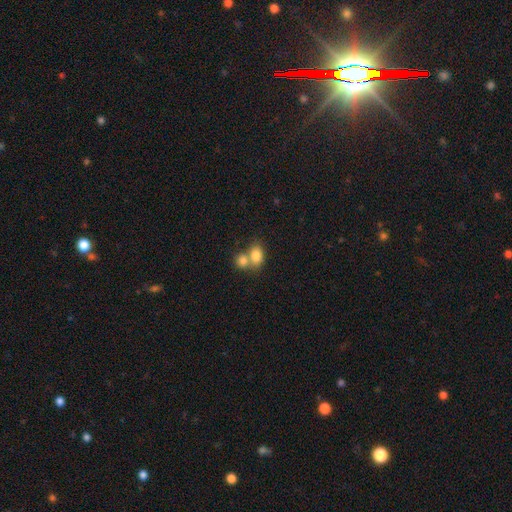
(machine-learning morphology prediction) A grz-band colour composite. It shows a smooth galaxy with no disk features (82%) that is in between round and cigar-shaped (70%). Merging: merger (58%).